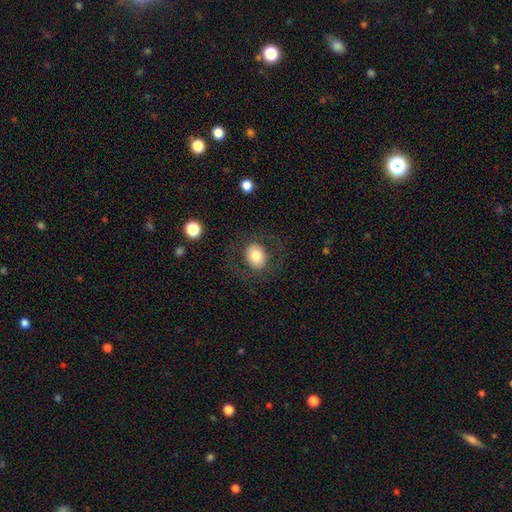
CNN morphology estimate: This appears to be a smooth galaxy with no disk features (69%) that is round (61%). Merging: none (79%).